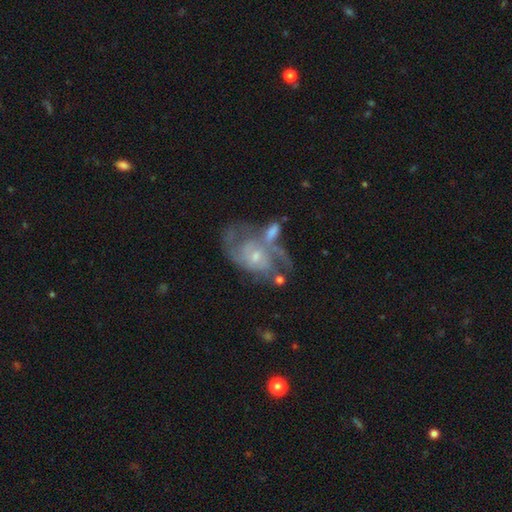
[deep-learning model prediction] Smooth or featured? featured or disk (81%)
Edge-on disk? no (97%)
Bar? no (69%)
Spiral arms? yes (88%)
Spiral winding? medium (47%)
Spiral arm count? 2 (48%)
Bulge size? small (67%)
Merging? none (35%)